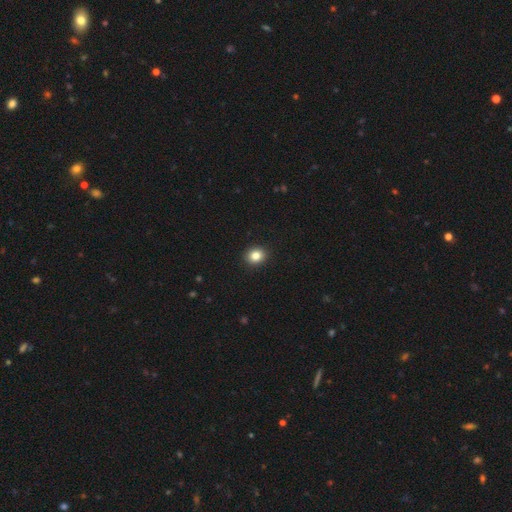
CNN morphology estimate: A smooth galaxy with no disk features (85%) that is round (67%).

Vote fractions:
- Smooth or featured? smooth: 85% / star or artifact: 10% / featured or disk: 5%
- How rounded? round: 67% / in between: 32% / cigar-shaped: 1%
- Merging? none: 92% / minor disturbance: 5% / major disturbance: 2% / merger: 1%